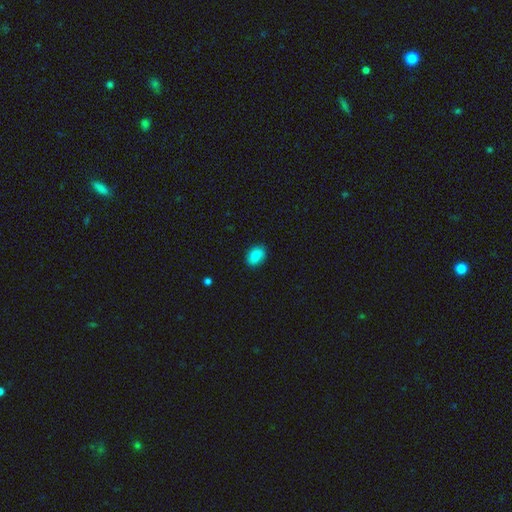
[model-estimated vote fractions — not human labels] Q: Smooth or featured?
A: smooth (86%); runner-up: star or artifact (8%)
Q: How rounded?
A: in between (75%); runner-up: round (24%)
Q: Merging?
A: none (86%); runner-up: minor disturbance (11%)